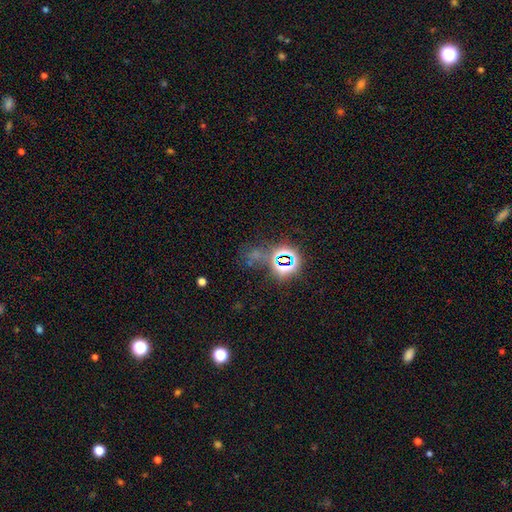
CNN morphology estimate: This appears to be a star or artifact, not a galaxy (69%).